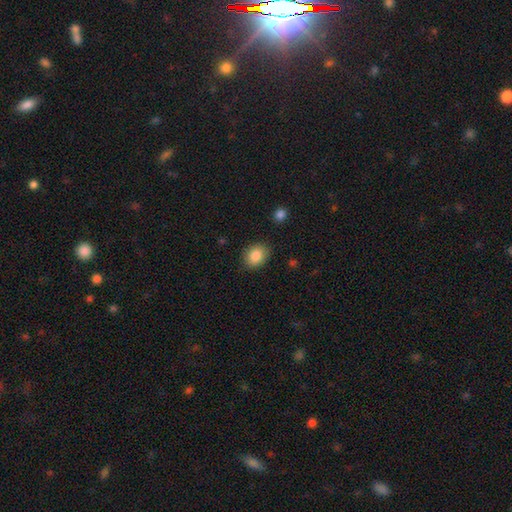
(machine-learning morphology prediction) Smooth or featured?
  - smooth: 87% *
  - star or artifact: 8%
  - featured or disk: 5%
How rounded?
  - in between: 63% *
  - round: 36%
  - cigar-shaped: 1%
Merging?
  - none: 84% *
  - minor disturbance: 11%
  - major disturbance: 3%
  - merger: 1%